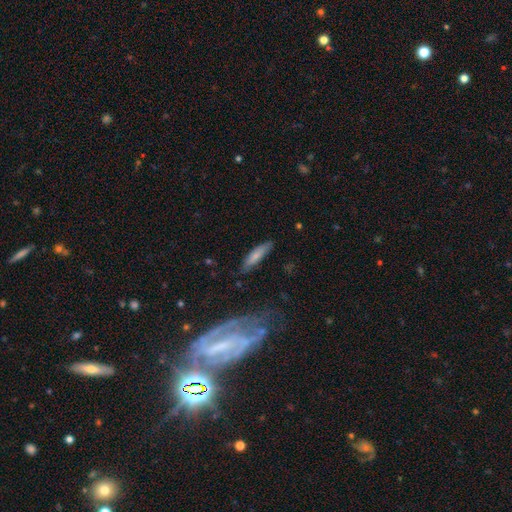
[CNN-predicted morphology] The model was most divided on "smooth or featured": smooth: 72%, featured or disk: 22%, star or artifact: 6%. More confident: merging — none (80%); how rounded — cigar-shaped (76%).